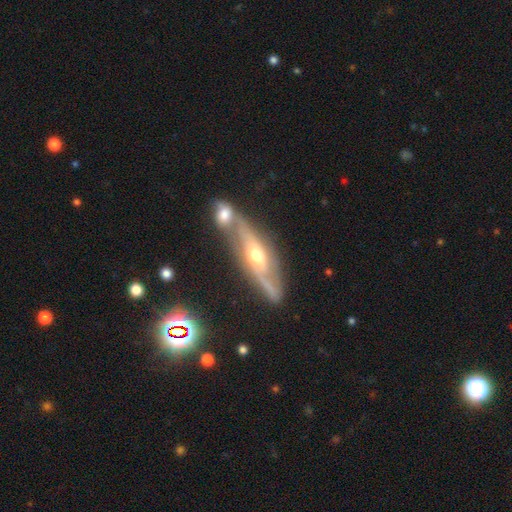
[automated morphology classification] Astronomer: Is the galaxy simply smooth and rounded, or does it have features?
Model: featured or disk — 79%.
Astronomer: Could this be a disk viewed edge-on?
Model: yes — 56% (runner-up: no, 44%).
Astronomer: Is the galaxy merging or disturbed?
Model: none — 58%.